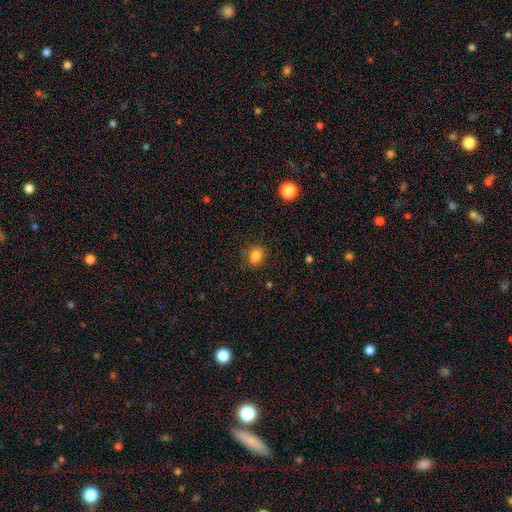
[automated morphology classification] This appears to be a smooth galaxy with no disk features (83%) that is round (57%). Merging: none (78%).